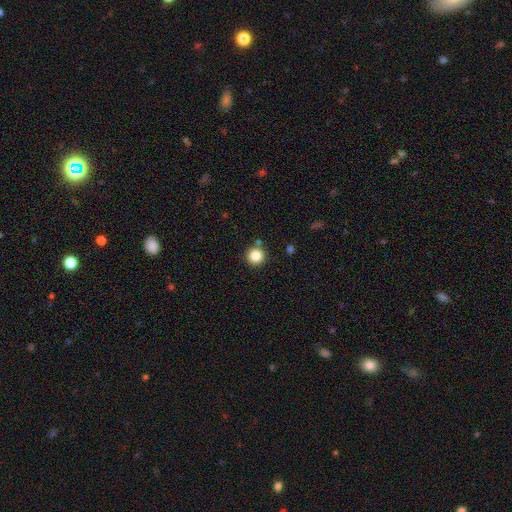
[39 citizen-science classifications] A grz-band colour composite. It shows a smooth galaxy with no disk features (92%) that is round (97%). Merging: none (89%).